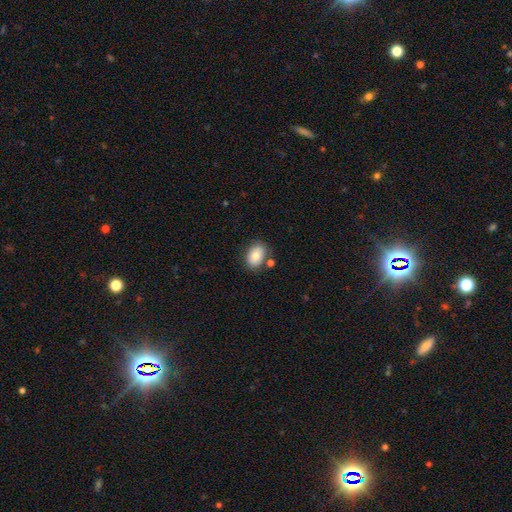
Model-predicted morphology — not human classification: Smooth or featured? Predicted: smooth (p=0.79). How rounded? Predicted: in between (p=0.80). Merging? Predicted: none (p=0.73).